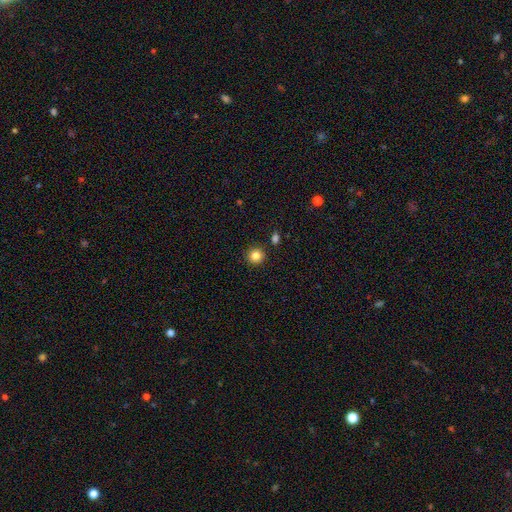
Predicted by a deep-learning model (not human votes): smooth 84%, star or artifact 11%, featured or disk 5%. Down the decision tree: how rounded — round (93%); merging — none (90%).